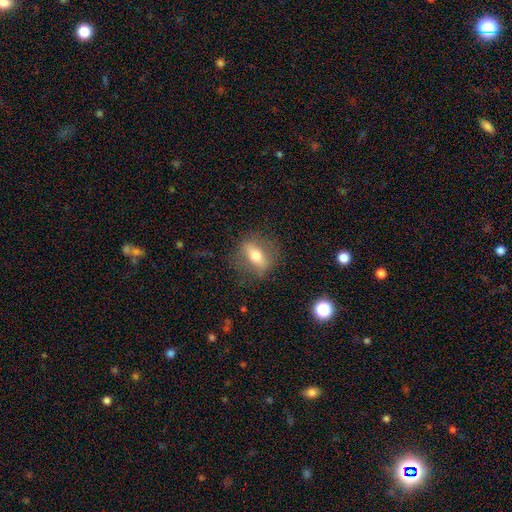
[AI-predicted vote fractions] This appears to be a smooth galaxy with no disk features (47%). Merging: none (79%).